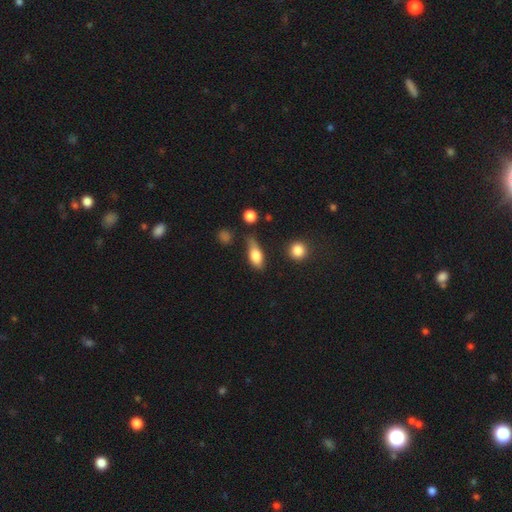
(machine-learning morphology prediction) Smooth or featured? smooth (76%)
How rounded? in between (77%)
Merging? none (49%)